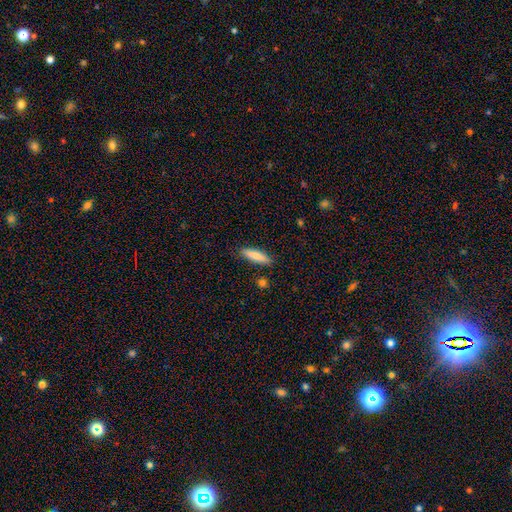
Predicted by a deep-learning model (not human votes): Smooth or featured? Predicted: smooth (p=0.82). How rounded? Predicted: cigar-shaped (p=0.73). Merging? Predicted: none (p=0.87).